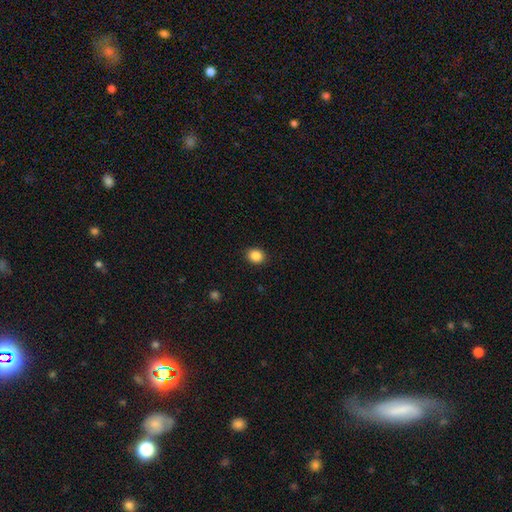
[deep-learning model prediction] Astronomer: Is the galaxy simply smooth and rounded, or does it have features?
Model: smooth — 87%.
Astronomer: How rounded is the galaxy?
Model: round — 65%.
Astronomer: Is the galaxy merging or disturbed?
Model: none — 91%.